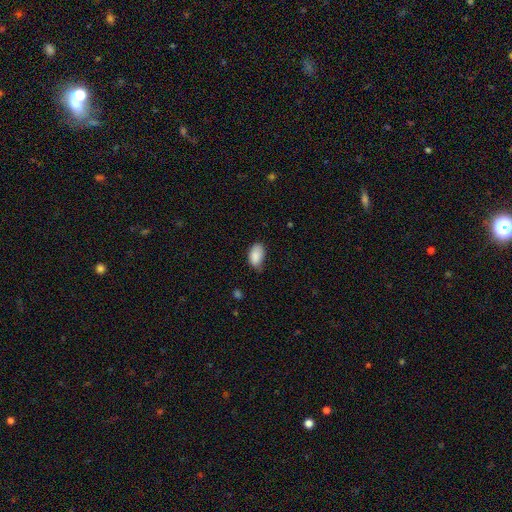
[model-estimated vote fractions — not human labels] Smooth or featured? smooth (88%)
How rounded? in between (93%)
Merging? none (57%)